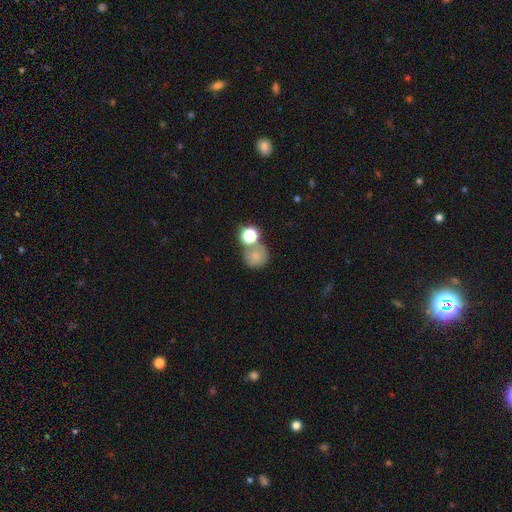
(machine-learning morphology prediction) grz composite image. It shows a smooth galaxy with no disk features (73%) that is round (81%). Merging: none (48%).